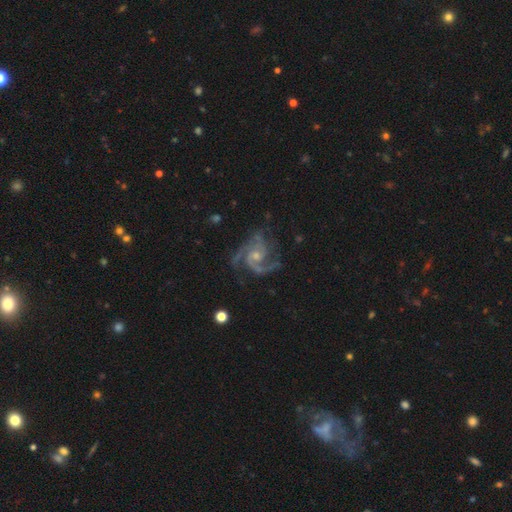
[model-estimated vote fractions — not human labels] smooth_or_featured: featured or disk (p=0.92) [alt: star or artifact p=0.05]
disk_edge_on: no (p=0.98) [alt: yes p=0.02]
bar: no (p=0.63) [alt: weak p=0.30]
has_spiral_arms: yes (p=0.98) [alt: no p=0.02]
spiral_winding: medium (p=0.58) [alt: tight p=0.30]
spiral_arm_count: 2 (p=0.43) [alt: 3 p=0.38]
bulge_size: small (p=0.56) [alt: moderate p=0.38]
merging: none (p=0.70) [alt: minor disturbance p=0.18]